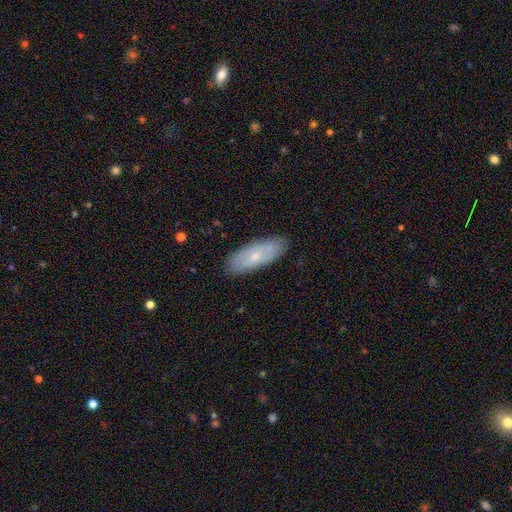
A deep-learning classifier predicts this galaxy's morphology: This appears to be a smooth galaxy with no disk features (53%) that is in between round and cigar-shaped (66%). Merging: none (85%).